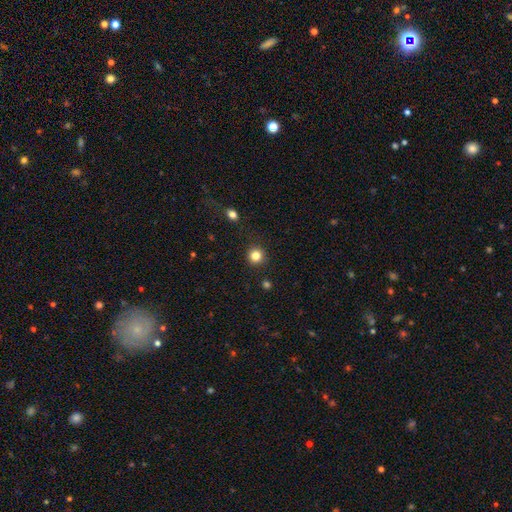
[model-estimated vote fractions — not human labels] smooth 83%, star or artifact 13%, featured or disk 5%. Down the decision tree: how rounded — round (94%); merging — none (91%).